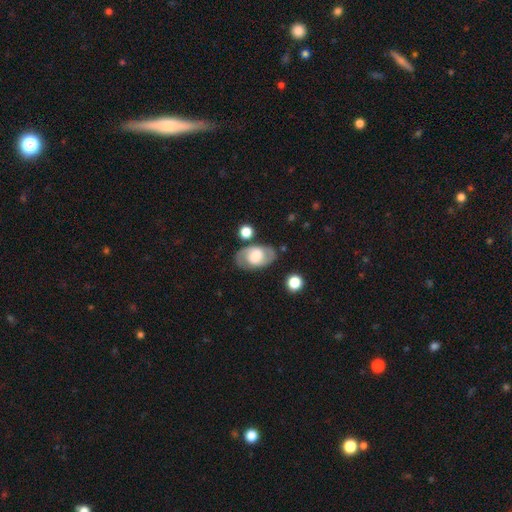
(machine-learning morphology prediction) This appears to be a featured or disk galaxy (58%) with no bar (53%), spiral arms (68%) and a large central bulge (49%). Merging: none (75%).